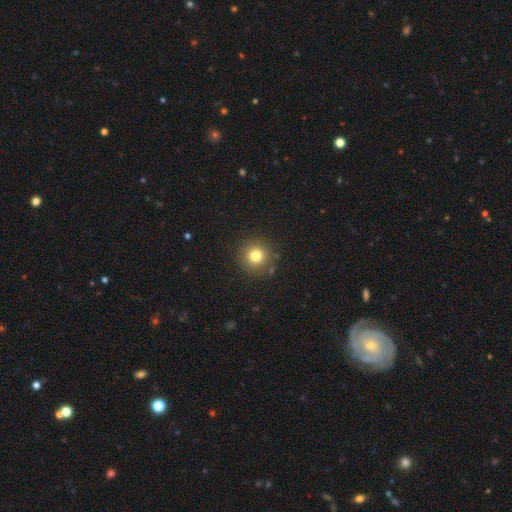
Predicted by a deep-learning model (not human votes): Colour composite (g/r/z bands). It shows a smooth galaxy with no disk features (79%) that is round (94%). Merging: none (88%).